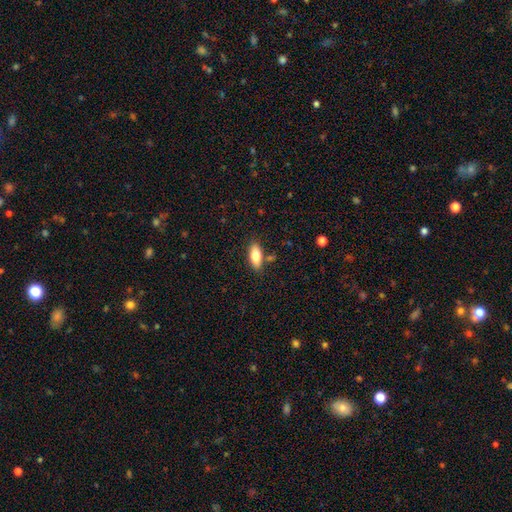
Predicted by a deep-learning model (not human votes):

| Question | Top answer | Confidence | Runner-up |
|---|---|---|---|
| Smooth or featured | smooth | 78% | featured or disk (15%) |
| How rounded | in between | 80% | cigar-shaped (17%) |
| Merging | none | 81% | minor disturbance (12%) |